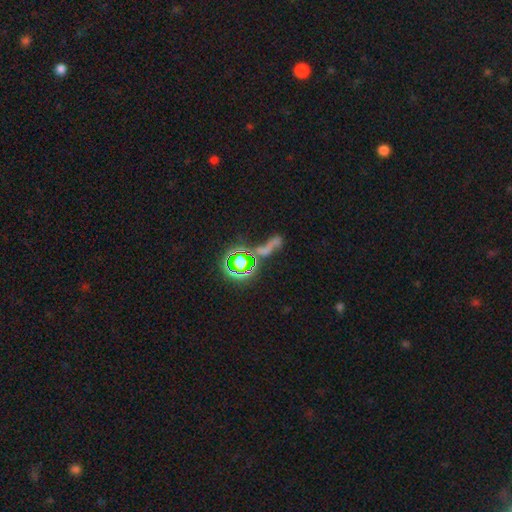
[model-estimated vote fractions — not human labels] This is possibly a star or artifact rather than a galaxy (59%).